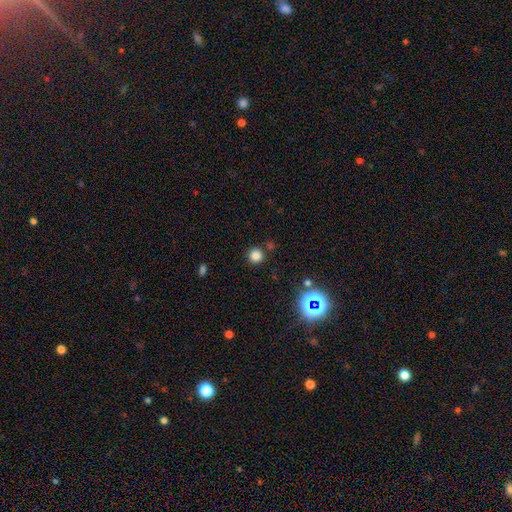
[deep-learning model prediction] Smooth or featured? smooth (80%)
How rounded? round (94%)
Merging? none (85%)